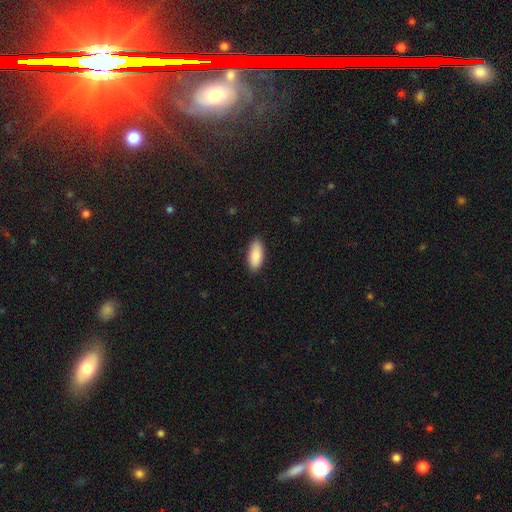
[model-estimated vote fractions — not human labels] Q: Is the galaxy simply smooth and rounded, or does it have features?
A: smooth — 88%.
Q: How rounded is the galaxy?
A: in between — 85%.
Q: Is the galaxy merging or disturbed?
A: none — 88%.